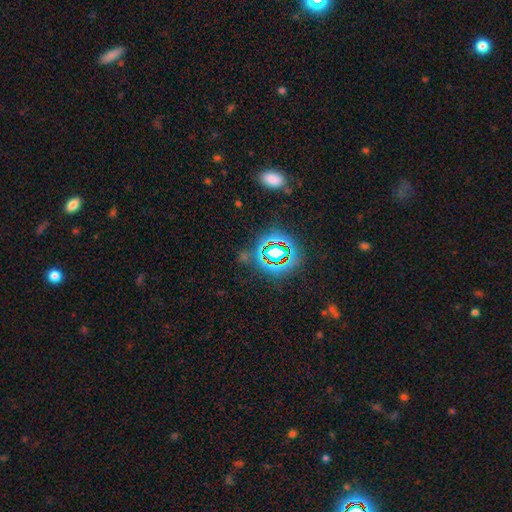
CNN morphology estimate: Smooth or featured: star or artifact — 71% (smooth — 17%)